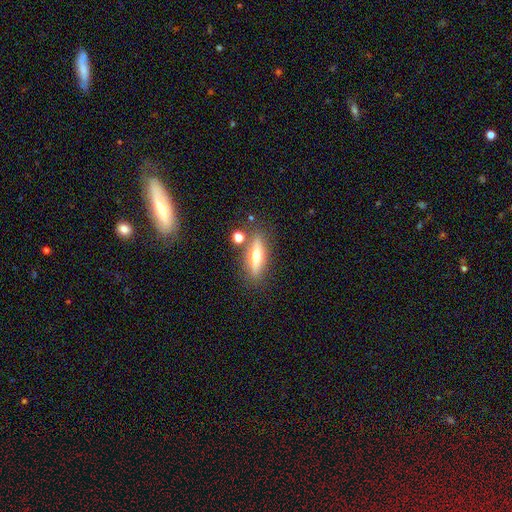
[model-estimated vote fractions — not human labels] Smooth or featured: featured or disk — 53% (smooth — 39%)
Edge-on disk: yes — 87% (no — 13%)
Merging: none — 79% (minor disturbance — 11%)